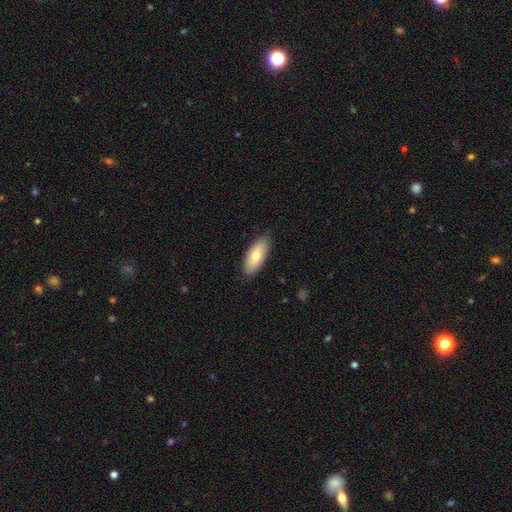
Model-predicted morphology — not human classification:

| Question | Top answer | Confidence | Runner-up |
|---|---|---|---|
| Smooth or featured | smooth | 74% | featured or disk (20%) |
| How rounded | in between | 85% | cigar-shaped (13%) |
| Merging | none | 85% | minor disturbance (12%) |